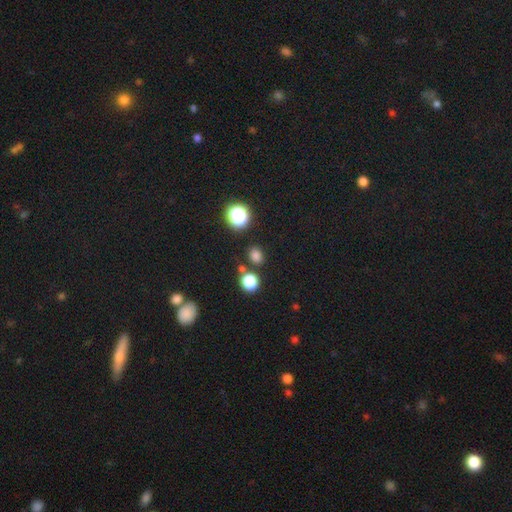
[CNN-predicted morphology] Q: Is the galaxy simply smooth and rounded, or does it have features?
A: smooth — 76%.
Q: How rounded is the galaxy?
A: round — 63%.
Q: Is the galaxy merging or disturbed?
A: none — 78%.